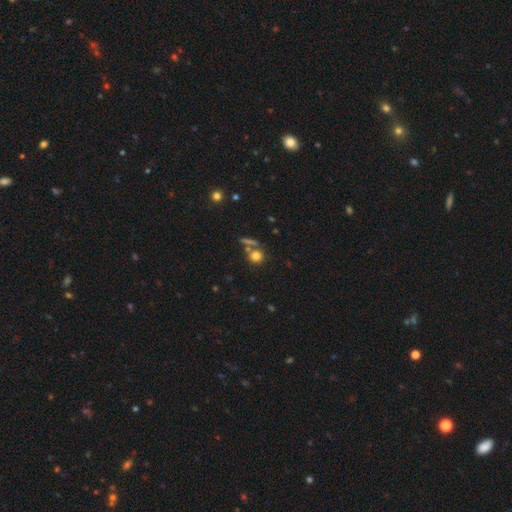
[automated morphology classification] Smooth or featured?
  - smooth: 78% *
  - star or artifact: 13%
  - featured or disk: 9%
How rounded?
  - round: 87% *
  - in between: 11%
  - cigar-shaped: 3%
Merging?
  - none: 66% *
  - merger: 21%
  - minor disturbance: 9%
  - major disturbance: 4%